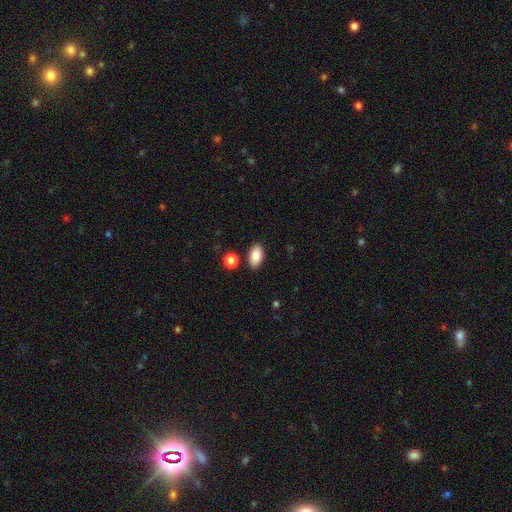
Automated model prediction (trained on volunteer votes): smooth-or-featured: smooth: 86% | star or artifact: 8% | featured or disk: 7%
  how-rounded: in between: 92% | round: 6% | cigar-shaped: 2%
  merging: none: 84% | minor disturbance: 10% | merger: 4% | major disturbance: 2%